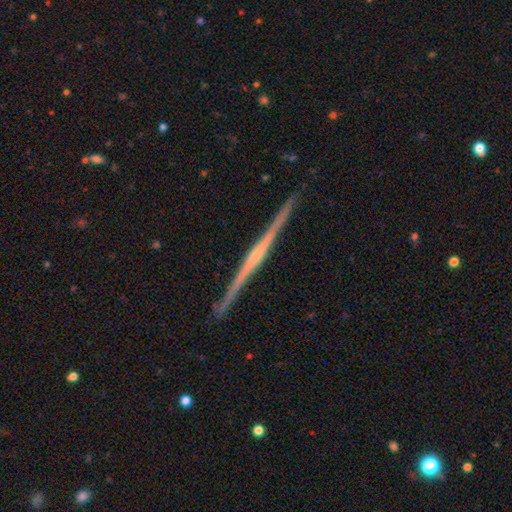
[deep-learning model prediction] Smooth or featured: featured or disk — 84% (smooth — 11%)
Edge-on disk: yes — 99% (no — 1%)
Edge-on bulge: rounded — 51% (none — 31%)
Merging: none — 91% (minor disturbance — 6%)